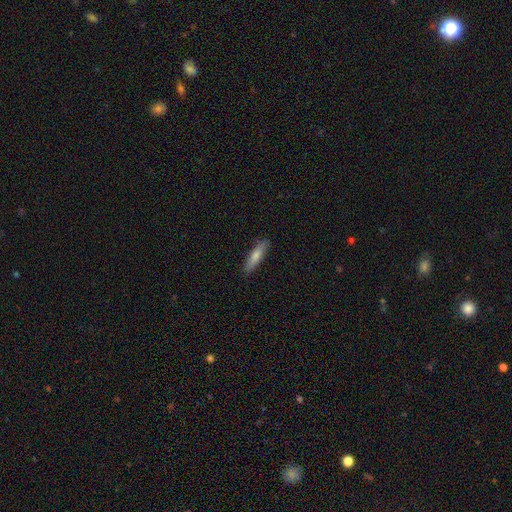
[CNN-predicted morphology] Smooth or featured: smooth — 75% (featured or disk — 19%)
How rounded: cigar-shaped — 75% (in between — 24%)
Merging: none — 87% (minor disturbance — 10%)